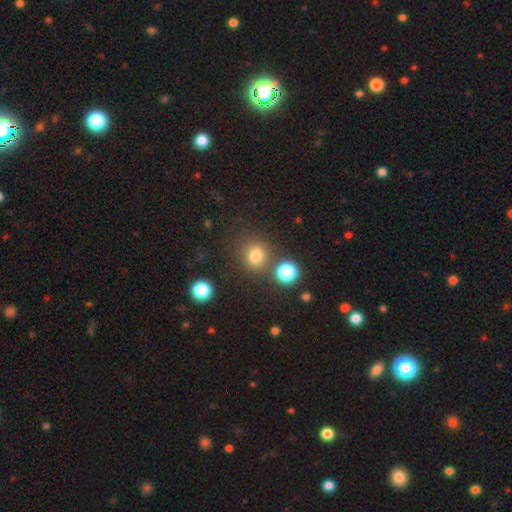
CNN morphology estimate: Smooth or featured?
  - smooth: 77% *
  - star or artifact: 17%
  - featured or disk: 6%
How rounded?
  - round: 85% *
  - in between: 14%
  - cigar-shaped: 1%
Merging?
  - none: 76% *
  - minor disturbance: 10%
  - merger: 10%
  - major disturbance: 4%